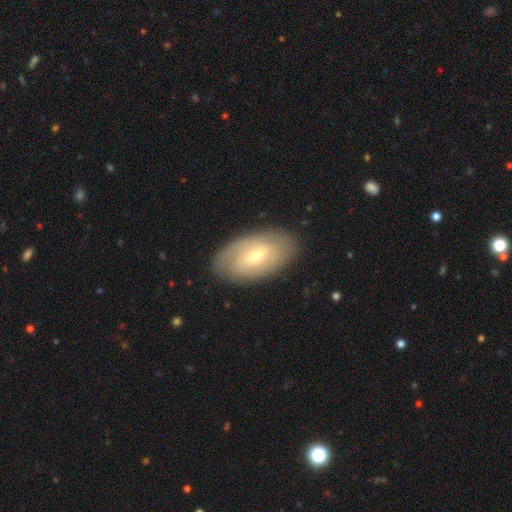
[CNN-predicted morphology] A featured or disk galaxy (56%) with a weak bar (46%), spiral arms (50%, tied with no) and a small central bulge (57%). Merging: none (85%).